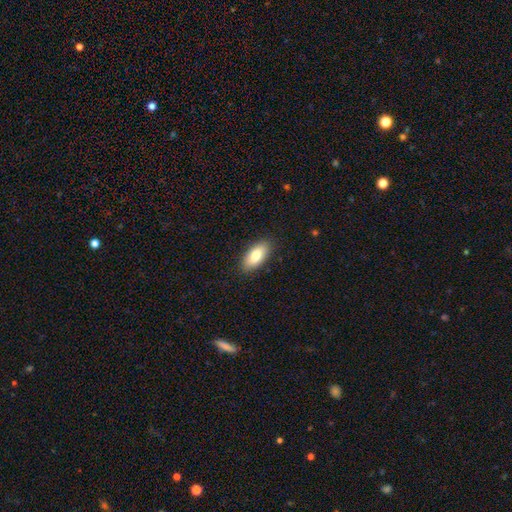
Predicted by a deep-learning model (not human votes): A smooth galaxy with no disk features (81%) that is in between round and cigar-shaped (89%). Merging: none (87%).